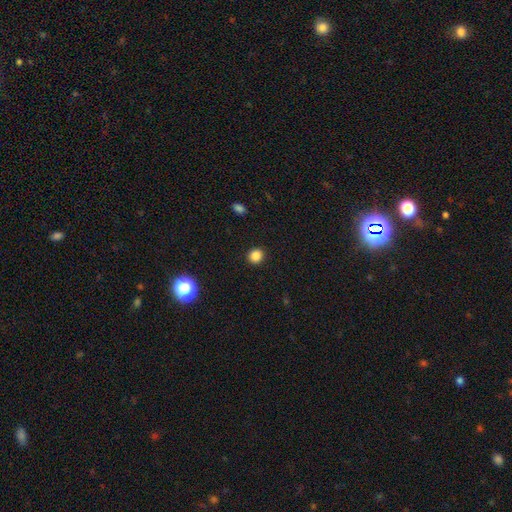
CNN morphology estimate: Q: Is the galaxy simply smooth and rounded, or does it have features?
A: smooth — 85%.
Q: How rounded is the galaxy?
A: round — 88%.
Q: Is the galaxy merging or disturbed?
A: none — 92%.